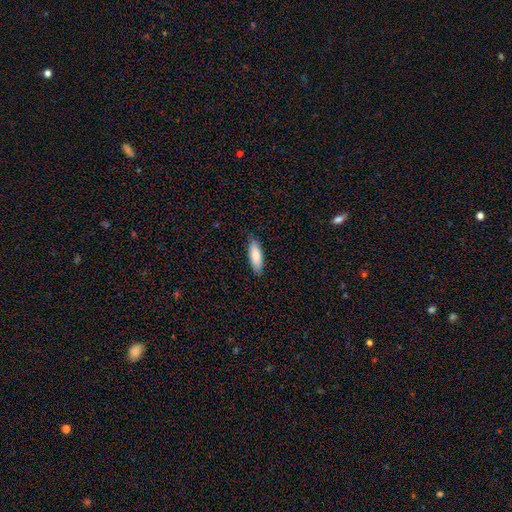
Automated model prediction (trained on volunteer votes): Q: Smooth or featured?
A: smooth (81%); runner-up: featured or disk (13%)
Q: How rounded?
A: in between (56%); runner-up: cigar-shaped (43%)
Q: Merging?
A: none (86%); runner-up: minor disturbance (11%)